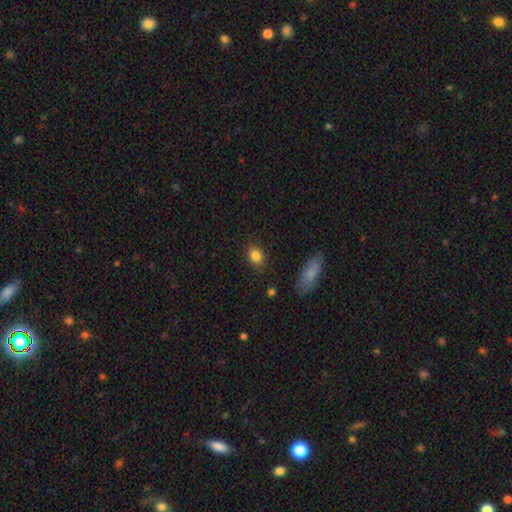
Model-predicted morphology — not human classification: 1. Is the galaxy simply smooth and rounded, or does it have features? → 85% smooth, 10% star or artifact, 6% featured or disk.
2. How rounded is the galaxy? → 50% round, 49% in between, 2% cigar-shaped.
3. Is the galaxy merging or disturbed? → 82% none, 13% minor disturbance, 3% major disturbance, 2% merger.